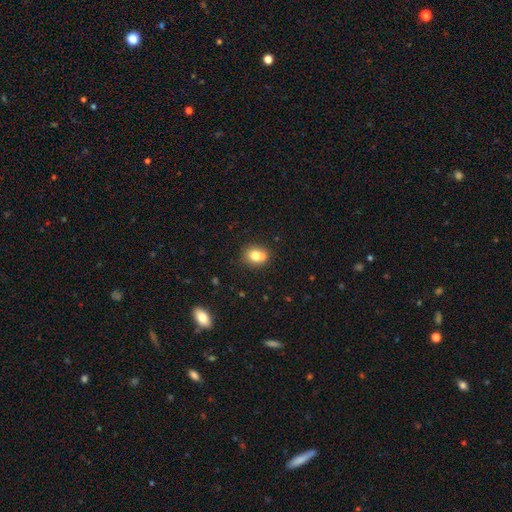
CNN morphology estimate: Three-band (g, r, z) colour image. It shows a smooth galaxy with no disk features (72%) that is round (76%). Merging: none (46%).